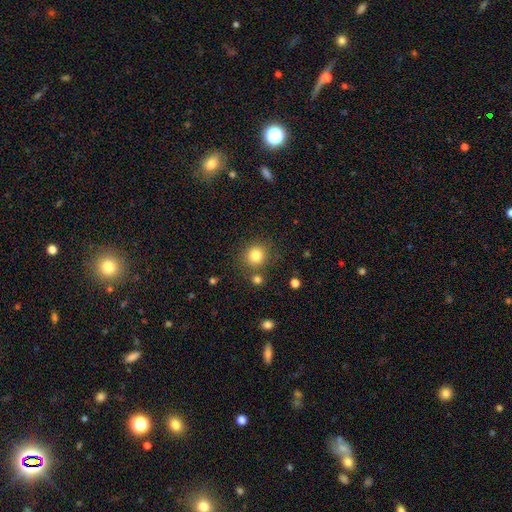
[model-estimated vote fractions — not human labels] smooth-or-featured: smooth: 82% | star or artifact: 11% | featured or disk: 6%
  how-rounded: round: 89% | in between: 10% | cigar-shaped: 1%
  merging: none: 80% | minor disturbance: 9% | merger: 8% | major disturbance: 3%